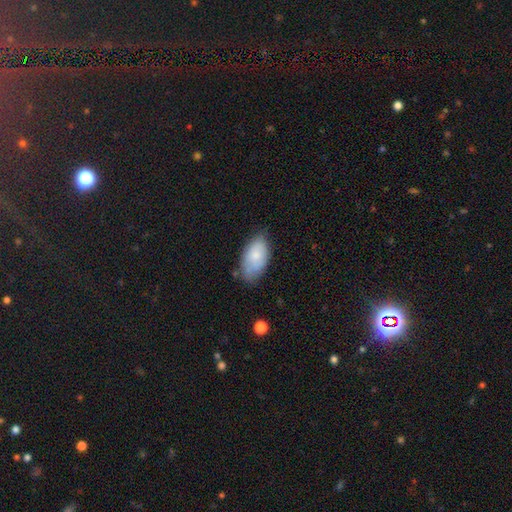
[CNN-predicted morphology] The model was most divided on "merging": none: 62%, minor disturbance: 29%, major disturbance: 6%, merger: 3%. More confident: how rounded — in between (94%); smooth or featured — smooth (76%).